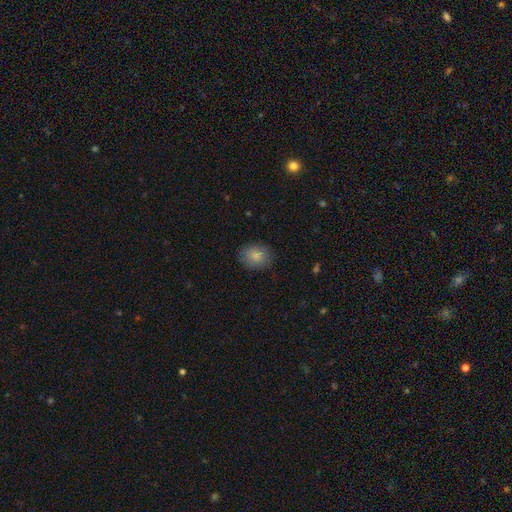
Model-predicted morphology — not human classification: Overall: smooth (85%). How rounded: in between (56%; round 43%). Merging: none (84%).